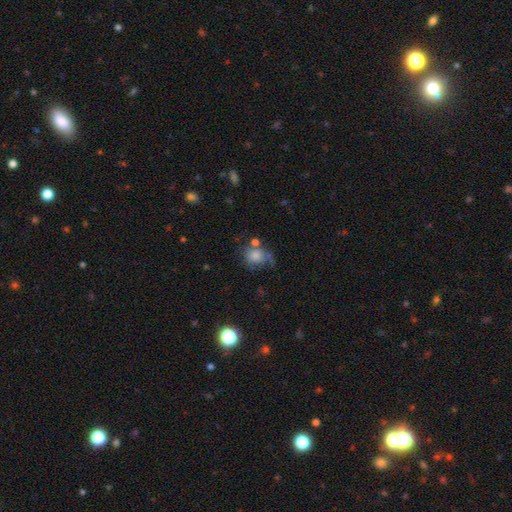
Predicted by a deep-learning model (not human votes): A smooth galaxy with no disk features (74%) that is round (75%).

Vote fractions:
- Smooth or featured? smooth: 74% / featured or disk: 15% / star or artifact: 11%
- How rounded? round: 75% / in between: 24% / cigar-shaped: 1%
- Merging? none: 48% / minor disturbance: 23% / merger: 16% / major disturbance: 14%